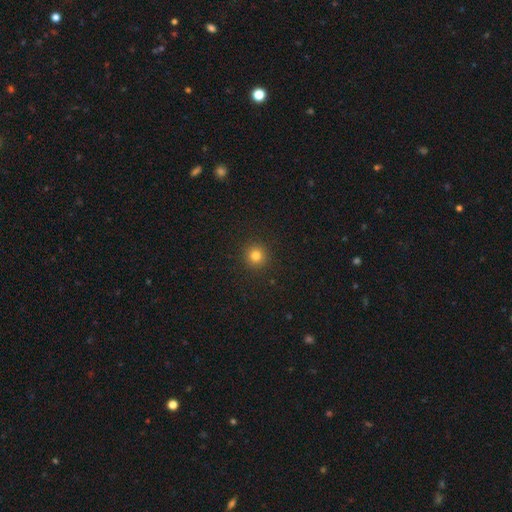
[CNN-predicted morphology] type=smooth (81%); roundness=round (95%); merging=none (92%).